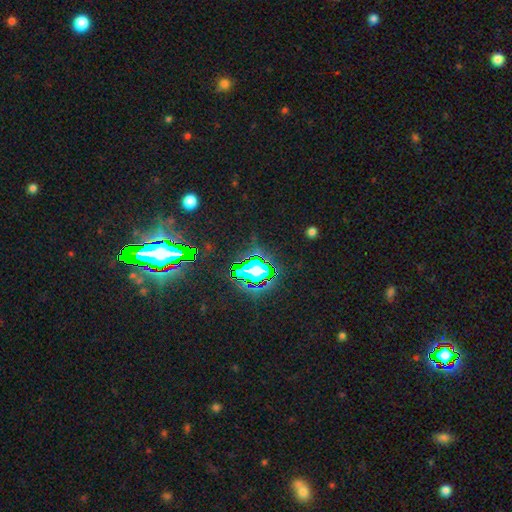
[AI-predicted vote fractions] Smooth or featured? star or artifact (84%)